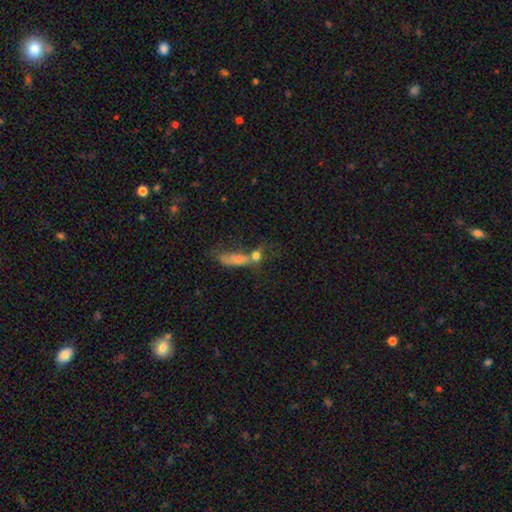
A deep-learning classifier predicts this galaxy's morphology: smooth-or-featured: smooth: 60% | featured or disk: 26% | star or artifact: 14%
  how-rounded: in between: 44% | cigar-shaped: 29% | round: 27%
  merging: merger: 53% | none: 24% | major disturbance: 12% | minor disturbance: 10%